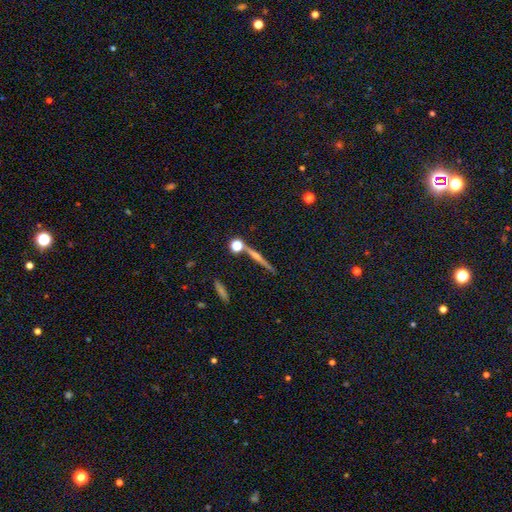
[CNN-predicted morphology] featured or disk 51%, smooth 25%, star or artifact 24%. Down the decision tree: edge-on disk — yes (93%); merging — none (83%).